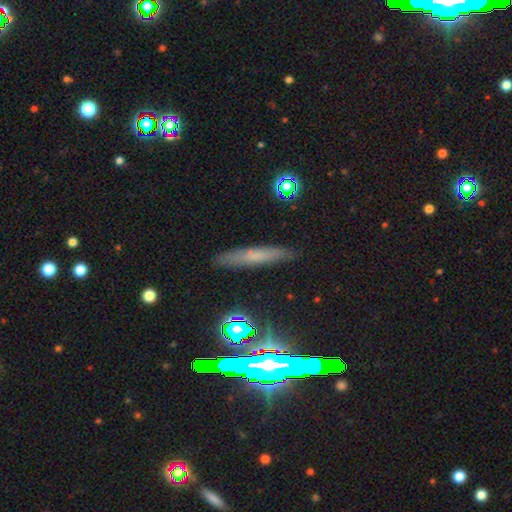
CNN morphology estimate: Overall: smooth (55%; featured or disk 30%). How rounded: cigar-shaped (87%). Merging: none (86%).